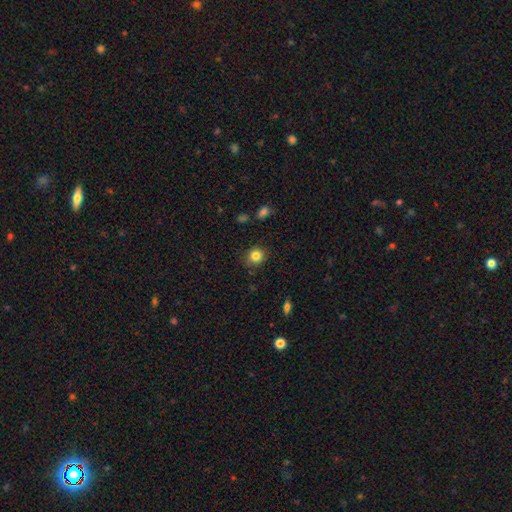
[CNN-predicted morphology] type=smooth (83%); roundness=round (87%); merging=none (85%).